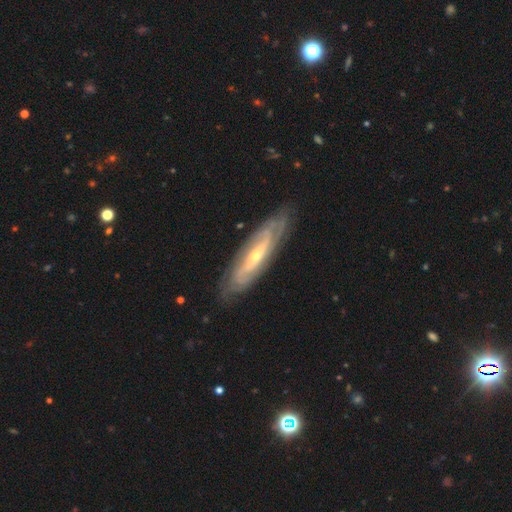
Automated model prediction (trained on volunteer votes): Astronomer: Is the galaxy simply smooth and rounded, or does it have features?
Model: featured or disk — 83%.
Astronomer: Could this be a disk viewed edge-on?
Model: no — 76%.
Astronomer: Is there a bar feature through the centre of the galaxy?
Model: no — 43% (runner-up: weak, 31%).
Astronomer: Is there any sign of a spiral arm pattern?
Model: yes — 89%.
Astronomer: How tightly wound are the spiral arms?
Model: tight — 61%.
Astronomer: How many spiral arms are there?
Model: can't tell — 43% (runner-up: 2, 35%).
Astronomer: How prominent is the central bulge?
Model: small — 60% (runner-up: moderate, 37%).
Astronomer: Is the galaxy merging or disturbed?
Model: none — 81%.